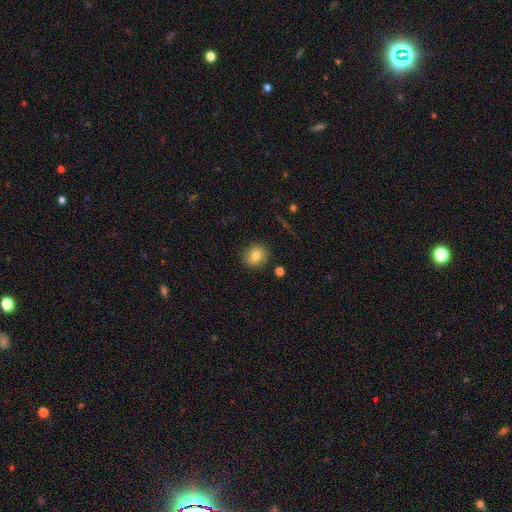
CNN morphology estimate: A smooth galaxy with no disk features (80%) that is round (73%). Merging: none (87%).